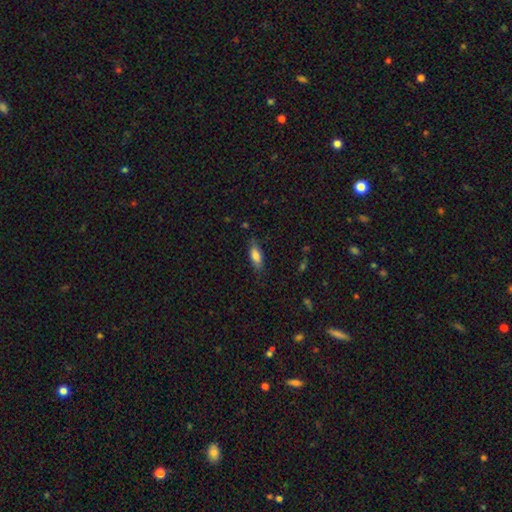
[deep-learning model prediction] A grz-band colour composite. It shows a smooth galaxy with no disk features (78%) that is in between round and cigar-shaped (72%). Merging: none (75%).